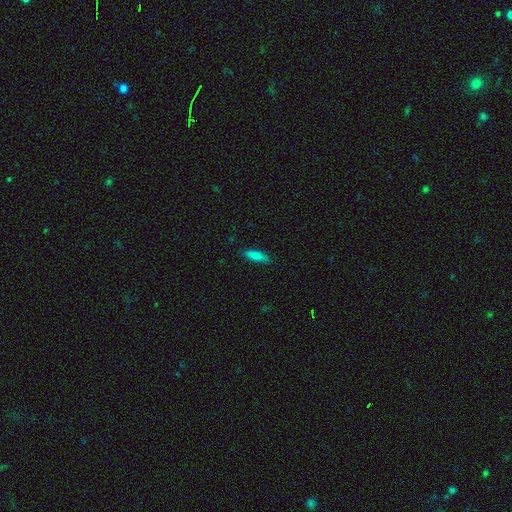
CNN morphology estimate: The model was most divided on "how rounded": cigar-shaped: 62%, in between: 37%, round: 2%. More confident: merging — none (86%); smooth or featured — smooth (82%).